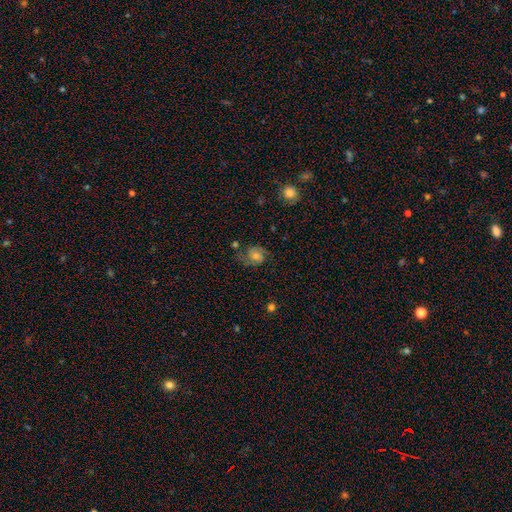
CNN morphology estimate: The model was most divided on "spiral winding": medium: 48%, tight: 30%, loose: 22%. More confident: edge-on disk — no (97%); spiral arms — yes (89%); spiral arm count — 2 (79%); bar — no (66%); merging — none (65%); smooth or featured — featured or disk (59%); bulge size — moderate (54%).